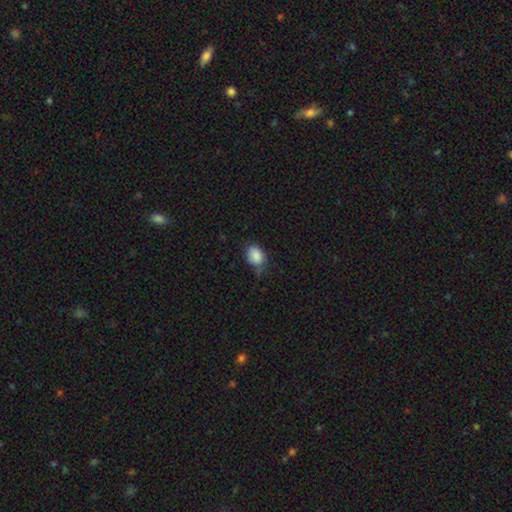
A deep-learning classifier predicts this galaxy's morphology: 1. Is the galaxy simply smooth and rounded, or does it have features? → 86% smooth, 8% star or artifact, 6% featured or disk.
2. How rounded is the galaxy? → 72% in between, 27% round, 1% cigar-shaped.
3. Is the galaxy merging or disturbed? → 51% none, 37% minor disturbance, 9% major disturbance, 3% merger.